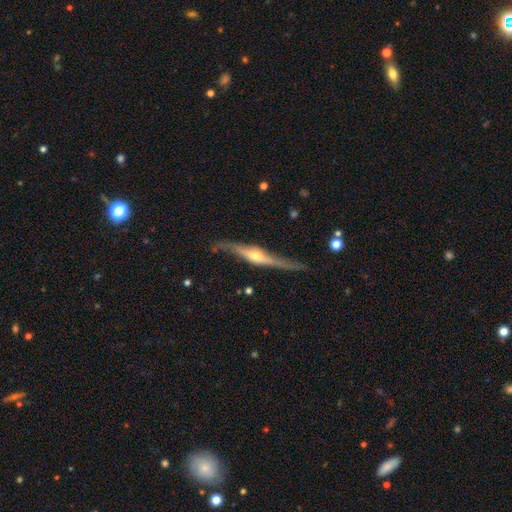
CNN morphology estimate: Smooth or featured: featured or disk — 80% (smooth — 16%)
Edge-on disk: yes — 94% (no — 6%)
Edge-on bulge: rounded — 89% (boxy — 6%)
Merging: none — 76% (minor disturbance — 17%)